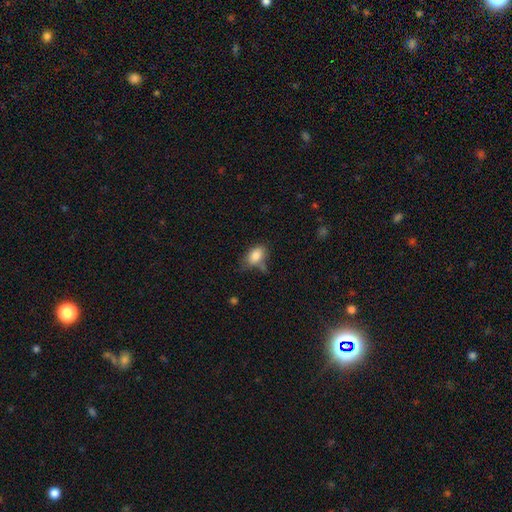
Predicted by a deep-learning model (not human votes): smooth 83%, star or artifact 8%, featured or disk 8%. Down the decision tree: how rounded — in between (86%); merging — none (52%).